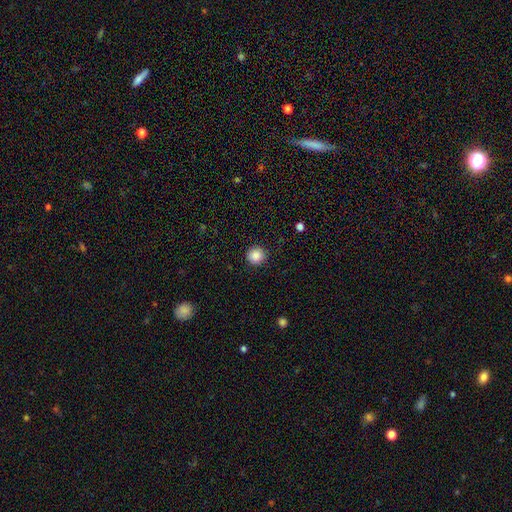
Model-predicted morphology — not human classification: smooth 87%, star or artifact 9%, featured or disk 4%. Down the decision tree: how rounded — round (92%); merging — none (91%).